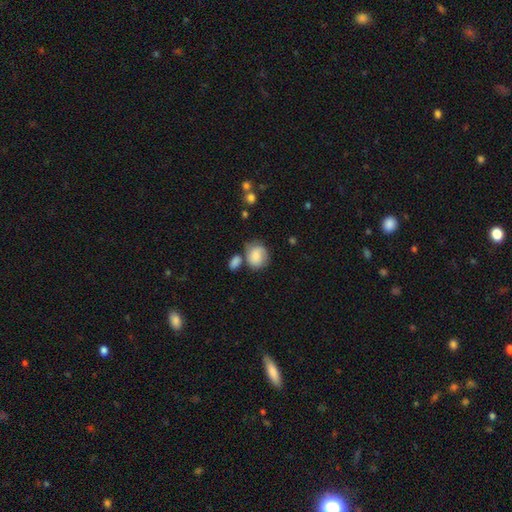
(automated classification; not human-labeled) A smooth galaxy with no disk features (67%) that is round (59%).

Vote fractions:
- Smooth or featured? smooth: 67% / featured or disk: 25% / star or artifact: 8%
- How rounded? round: 59% / in between: 40% / cigar-shaped: 1%
- Merging? none: 49% / minor disturbance: 24% / merger: 17% / major disturbance: 10%